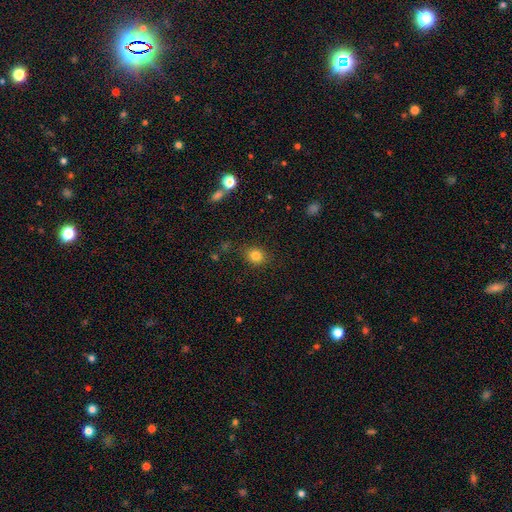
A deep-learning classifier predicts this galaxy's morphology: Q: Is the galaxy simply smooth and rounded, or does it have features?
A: smooth — 83%.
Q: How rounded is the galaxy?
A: round — 69%.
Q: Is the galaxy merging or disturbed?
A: none — 83%.